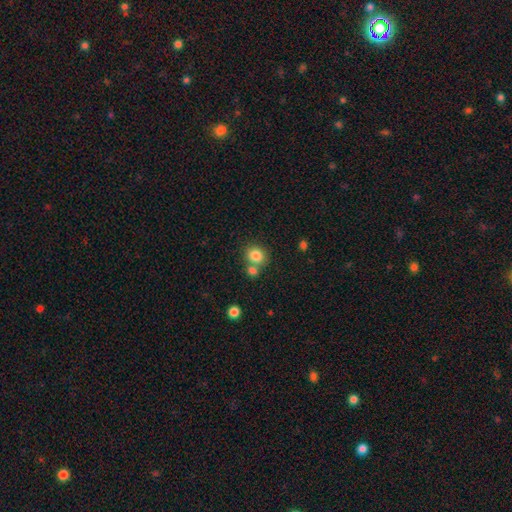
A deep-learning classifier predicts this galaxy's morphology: This is clearly a smooth galaxy (83%). How rounded: clearly round (80%). Merging: likely none (61%).